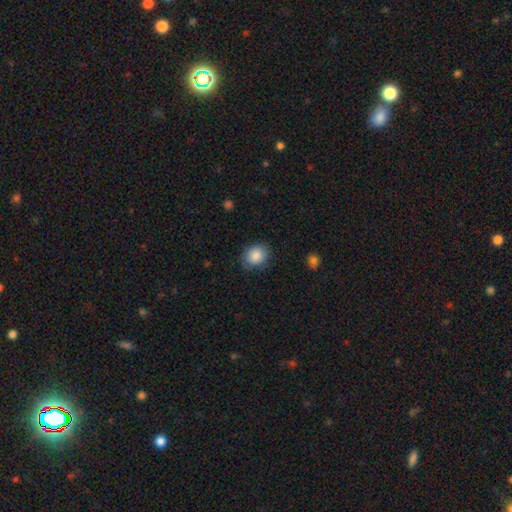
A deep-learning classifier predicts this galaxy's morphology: type=smooth (86%); roundness=round (56%); merging=none (79%).